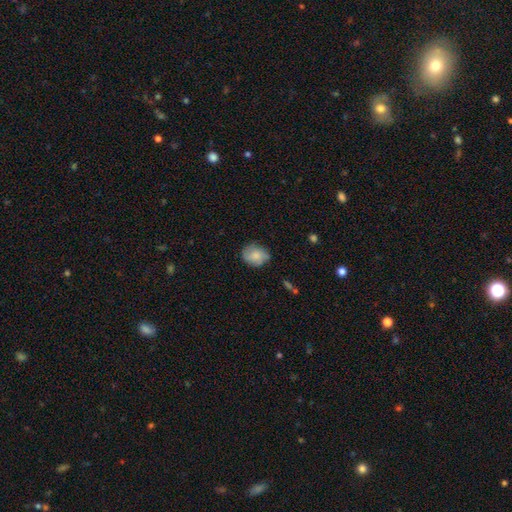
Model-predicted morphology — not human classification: Smooth or featured?
  - smooth: 72% *
  - featured or disk: 20%
  - star or artifact: 8%
How rounded?
  - round: 51% *
  - in between: 48%
  - cigar-shaped: 1%
Merging?
  - none: 70% *
  - minor disturbance: 23%
  - major disturbance: 5%
  - merger: 1%